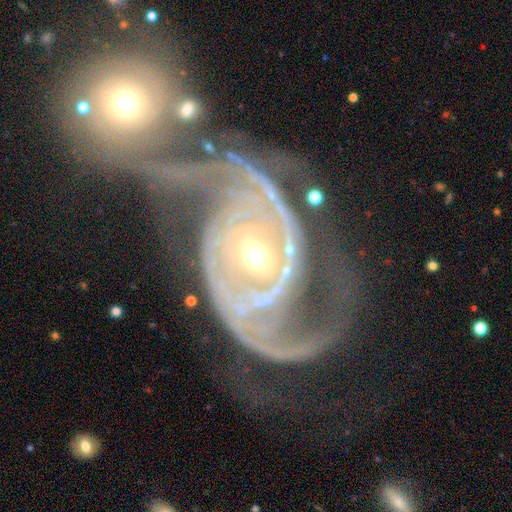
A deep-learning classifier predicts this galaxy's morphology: This appears to be a featured or disk galaxy (91%) with no bar (60%), 2 (55%) tight (40%) spiral arms (93%) and a moderate central bulge (52%). Merging: none (37%).